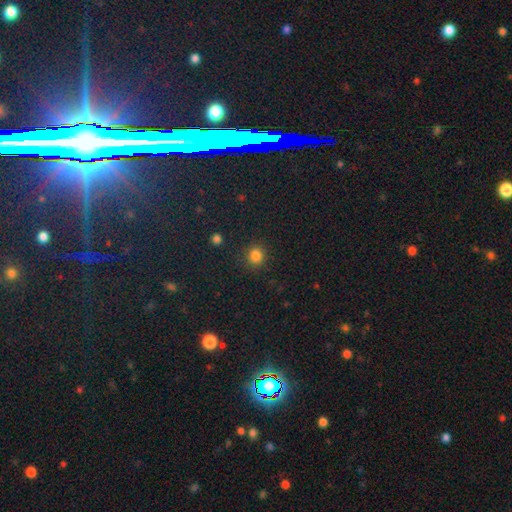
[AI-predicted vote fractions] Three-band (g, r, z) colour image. It shows a smooth galaxy with no disk features (83%) that is round (87%). Merging: none (88%).